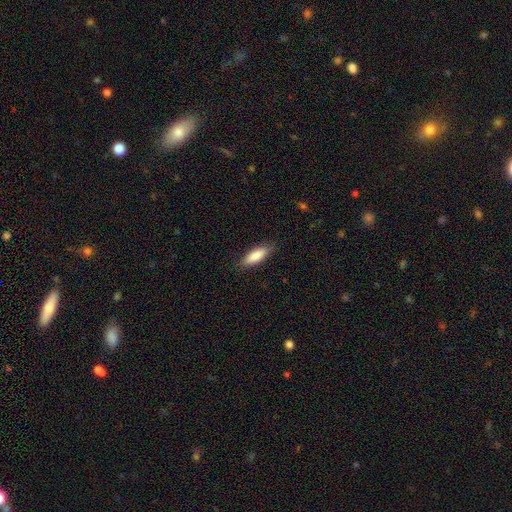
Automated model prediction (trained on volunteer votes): A smooth galaxy with no disk features (83%) that is in between round and cigar-shaped (55%).

Vote fractions:
- Smooth or featured? smooth: 83% / featured or disk: 11% / star or artifact: 6%
- How rounded? in between: 55% / cigar-shaped: 44% / round: 2%
- Merging? none: 83% / minor disturbance: 13% / major disturbance: 3% / merger: 1%